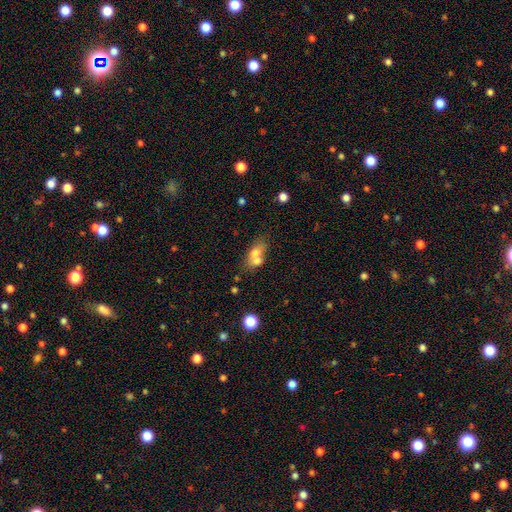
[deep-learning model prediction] Smooth or featured: smooth — 66% (featured or disk — 24%)
How rounded: in between — 71% (round — 20%)
Merging: merger — 53% (none — 32%)